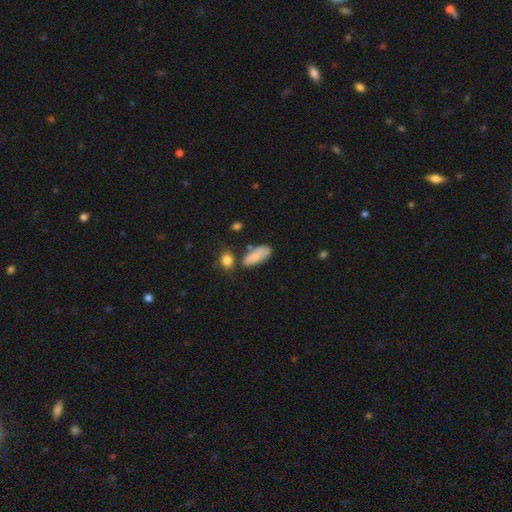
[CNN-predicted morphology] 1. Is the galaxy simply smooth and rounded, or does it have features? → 82% smooth, 11% featured or disk, 7% star or artifact.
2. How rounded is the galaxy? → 84% in between, 13% cigar-shaped, 3% round.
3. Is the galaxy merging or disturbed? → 59% none, 24% minor disturbance, 11% merger, 7% major disturbance.